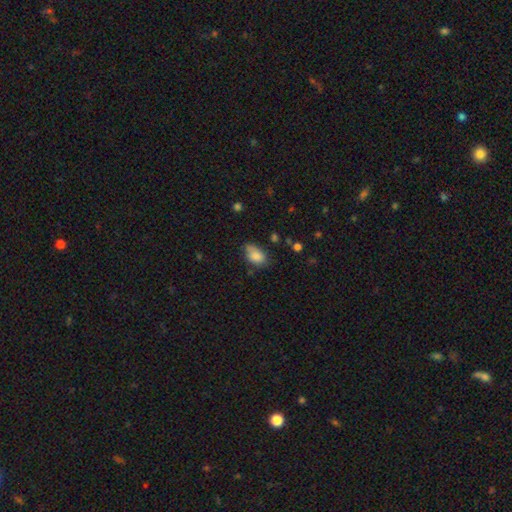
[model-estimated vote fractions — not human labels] smooth-or-featured: smooth: 84% | star or artifact: 9% | featured or disk: 8%
  how-rounded: in between: 87% | round: 11% | cigar-shaped: 2%
  merging: none: 53% | minor disturbance: 35% | major disturbance: 8% | merger: 4%